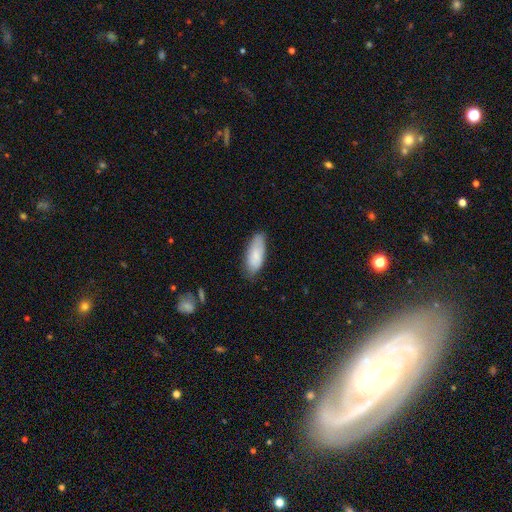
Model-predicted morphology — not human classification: Smooth or featured? Predicted: smooth (p=0.81). How rounded? Predicted: in between (p=0.78). Merging? Predicted: none (p=0.74).